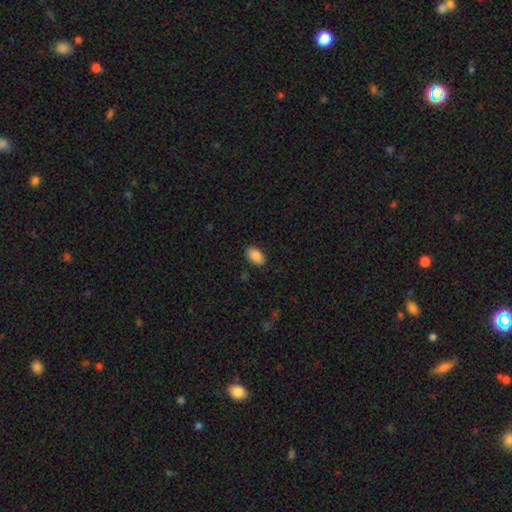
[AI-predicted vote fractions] Overall: smooth (88%). How rounded: in between (93%). Merging: none (88%).